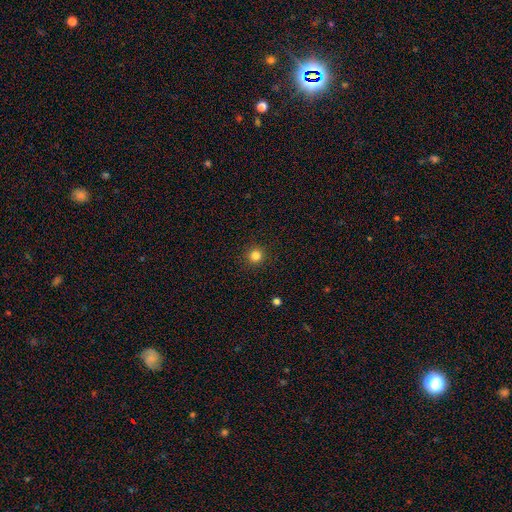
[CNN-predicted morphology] Overall: smooth (82%). How rounded: round (95%). Merging: none (92%).